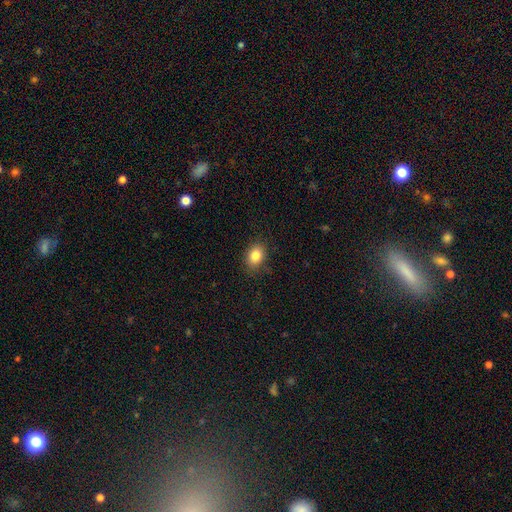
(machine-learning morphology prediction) A smooth galaxy with no disk features (84%) that is in between round and cigar-shaped (68%). Merging: none (84%).